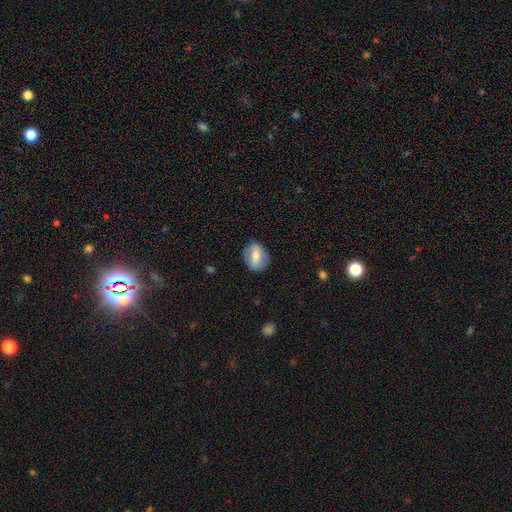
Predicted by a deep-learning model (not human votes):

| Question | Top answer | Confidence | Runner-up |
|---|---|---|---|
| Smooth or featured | smooth | 62% | featured or disk (31%) |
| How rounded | in between | 62% | round (36%) |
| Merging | none | 82% | minor disturbance (13%) |